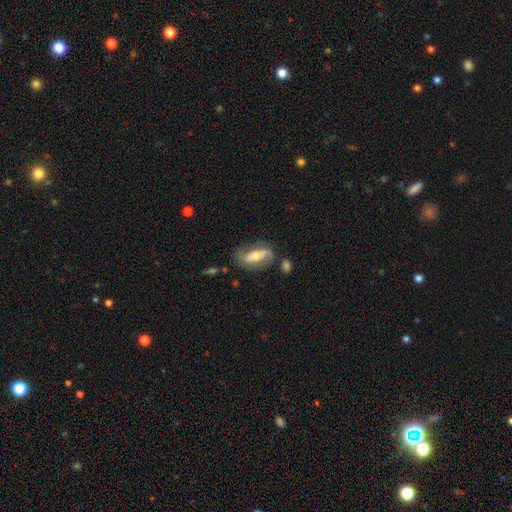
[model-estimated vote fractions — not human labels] A featured or disk galaxy (55%).

Vote fractions:
- Smooth or featured? featured or disk: 55% / smooth: 38% / star or artifact: 7%
- Edge-on disk? no: 79% / yes: 21%
- Merging? none: 67% / minor disturbance: 20% / major disturbance: 9% / merger: 4%